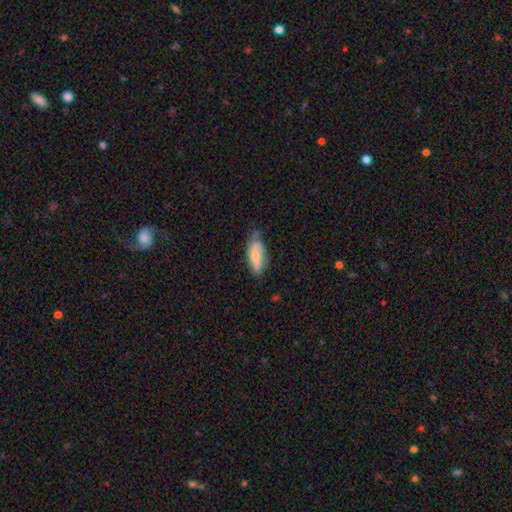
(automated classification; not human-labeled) Smooth or featured? Predicted: smooth (p=0.65). How rounded? Predicted: in between (p=0.78). Merging? Predicted: none (p=0.52).